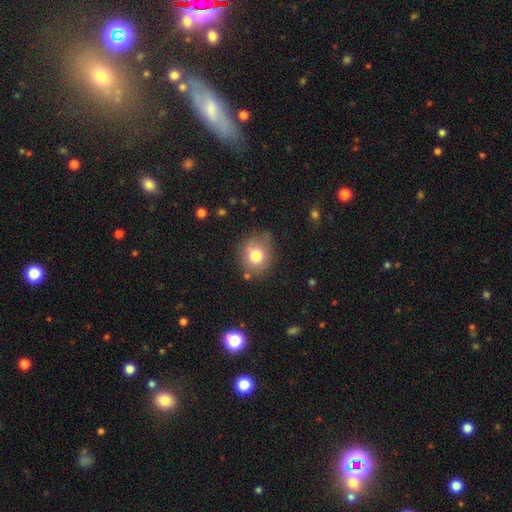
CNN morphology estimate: A smooth galaxy with no disk features (77%) that is round (75%).

Vote fractions:
- Smooth or featured? smooth: 77% / featured or disk: 13% / star or artifact: 10%
- How rounded? round: 75% / in between: 24% / cigar-shaped: 1%
- Merging? none: 72% / minor disturbance: 18% / major disturbance: 5% / merger: 4%